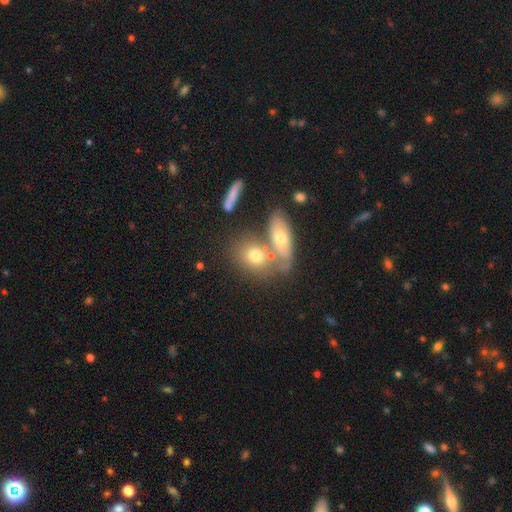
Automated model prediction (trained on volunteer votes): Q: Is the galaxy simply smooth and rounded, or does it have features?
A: smooth — 64%.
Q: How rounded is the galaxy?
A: in between — 55%.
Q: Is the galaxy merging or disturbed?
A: none — 43%.